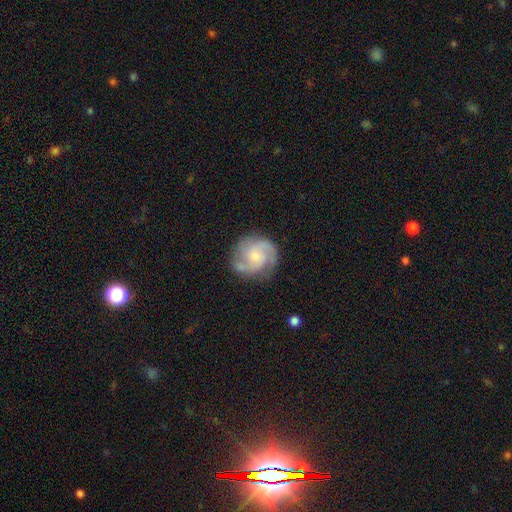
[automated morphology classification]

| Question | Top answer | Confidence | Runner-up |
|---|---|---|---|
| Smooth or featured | featured or disk | 83% | smooth (12%) |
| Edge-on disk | no | 98% | yes (2%) |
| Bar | no | 64% | weak (32%) |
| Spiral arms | yes | 97% | no (3%) |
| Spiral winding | medium | 49% | tight (38%) |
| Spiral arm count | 2 | 57% | 3 (26%) |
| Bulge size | small | 61% | moderate (31%) |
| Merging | none | 77% | minor disturbance (15%) |